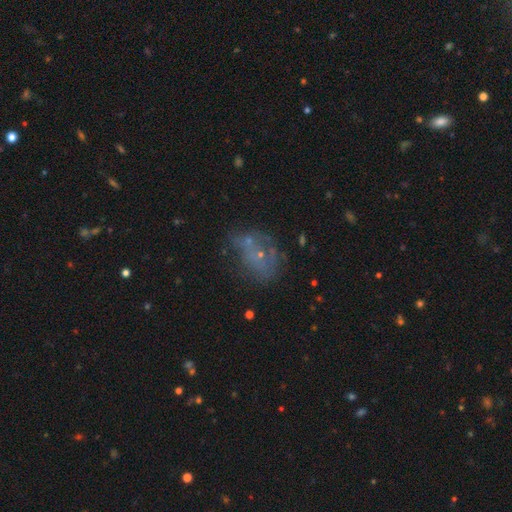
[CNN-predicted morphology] This is marginally a featured or disk galaxy (40%). Merging: marginally none (42%).